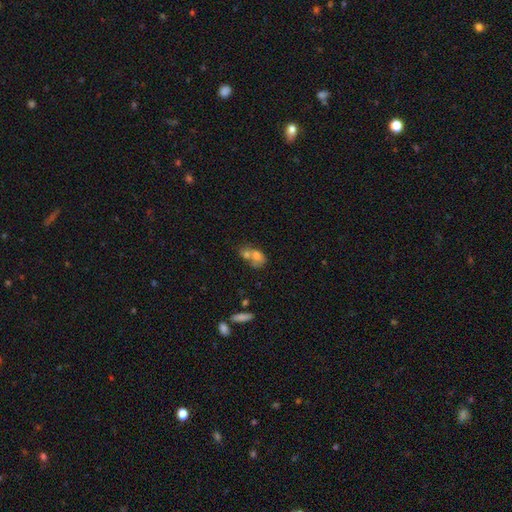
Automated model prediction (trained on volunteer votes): smooth_or_featured: smooth (p=0.64) [alt: featured or disk p=0.23]
how_rounded: in between (p=0.54) [alt: round p=0.43]
merging: merger (p=0.62) [alt: none p=0.25]